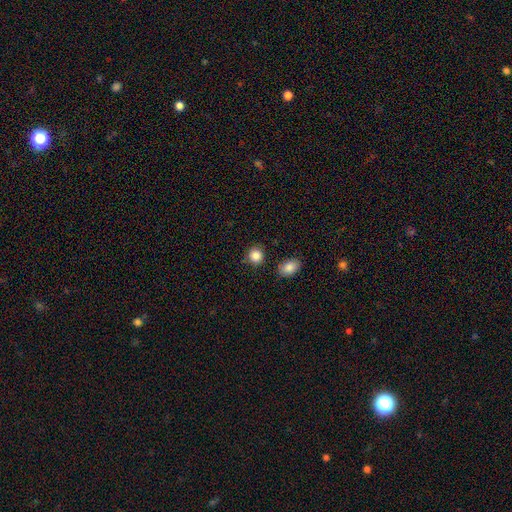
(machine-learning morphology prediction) This appears to be a smooth galaxy with no disk features (87%) that is round (84%). Merging: none (84%).